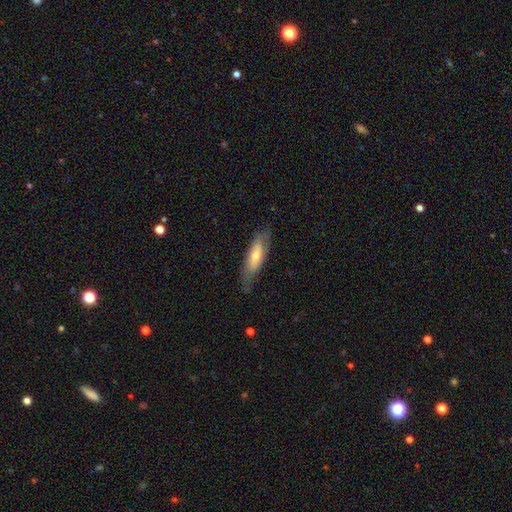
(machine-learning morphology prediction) Smooth or featured?
  - smooth: 59% *
  - featured or disk: 35%
  - star or artifact: 6%
How rounded?
  - cigar-shaped: 52% *
  - in between: 46%
  - round: 2%
Merging?
  - none: 73% *
  - minor disturbance: 20%
  - major disturbance: 6%
  - merger: 1%